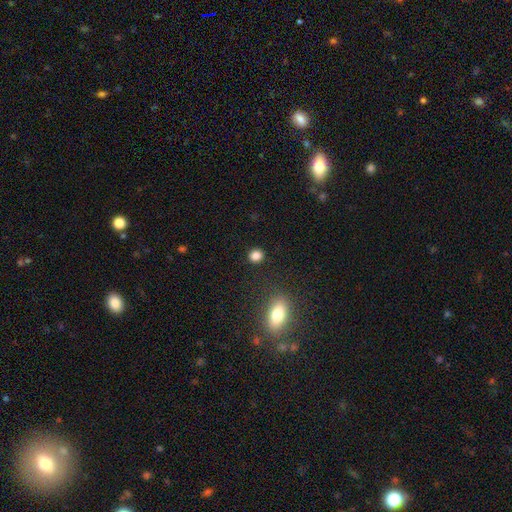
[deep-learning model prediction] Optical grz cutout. It shows a smooth galaxy with no disk features (85%) that is round (76%). Merging: none (88%).